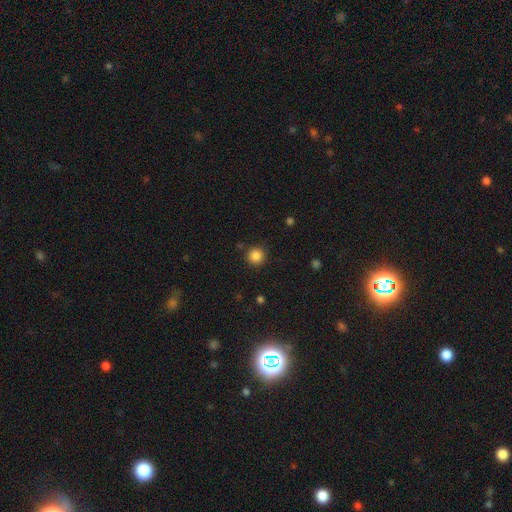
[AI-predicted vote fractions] This appears to be a smooth galaxy with no disk features (86%) that is round (95%). Merging: none (89%).